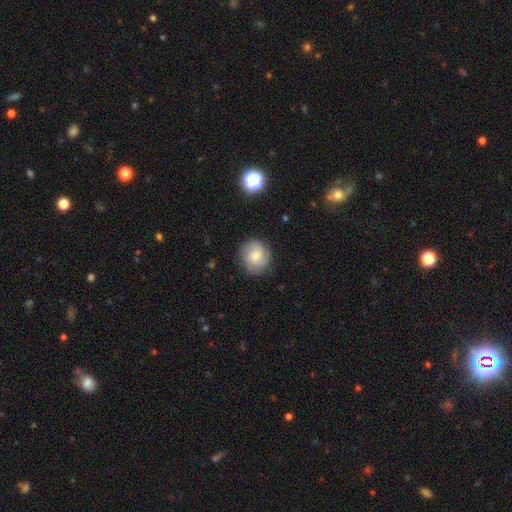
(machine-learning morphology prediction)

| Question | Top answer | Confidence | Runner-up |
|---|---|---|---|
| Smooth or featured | smooth | 52% | featured or disk (39%) |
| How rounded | round | 87% | in between (12%) |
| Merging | none | 83% | minor disturbance (12%) |